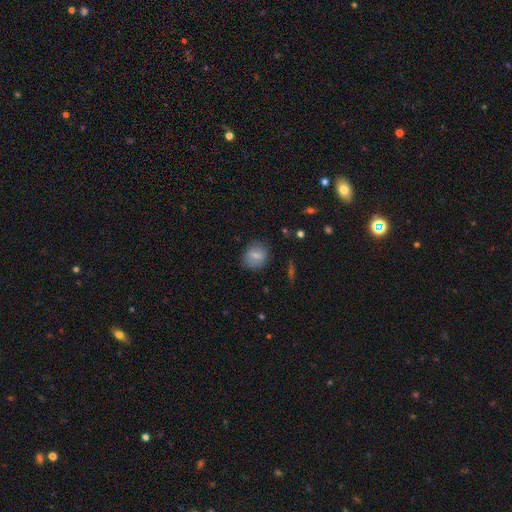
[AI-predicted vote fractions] smooth-or-featured: smooth: 73% | featured or disk: 18% | star or artifact: 9%
  how-rounded: round: 60% | in between: 38% | cigar-shaped: 2%
  merging: none: 79% | minor disturbance: 15% | major disturbance: 5% | merger: 2%